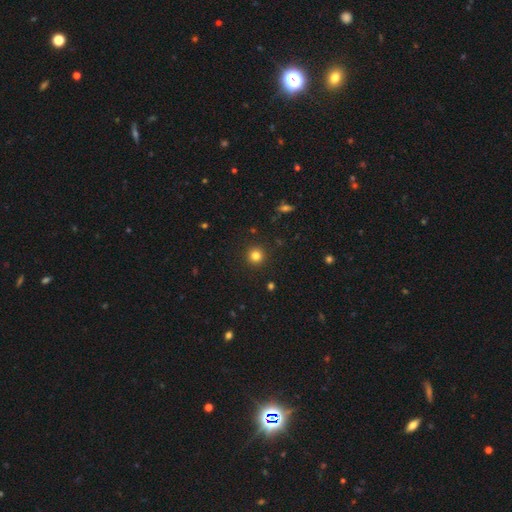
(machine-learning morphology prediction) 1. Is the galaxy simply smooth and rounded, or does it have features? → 81% smooth, 14% star or artifact, 5% featured or disk.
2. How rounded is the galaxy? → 95% round, 4% in between, 1% cigar-shaped.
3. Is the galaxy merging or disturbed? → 92% none, 5% minor disturbance, 2% major disturbance, 1% merger.